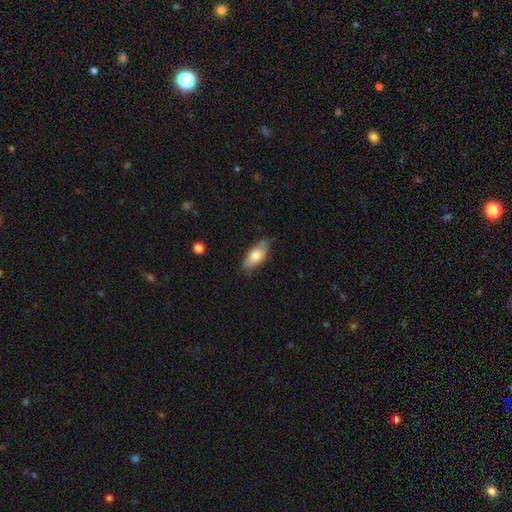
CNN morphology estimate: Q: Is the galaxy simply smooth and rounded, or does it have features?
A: smooth — 74%.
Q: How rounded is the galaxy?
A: in between — 86%.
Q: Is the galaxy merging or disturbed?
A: none — 76%.